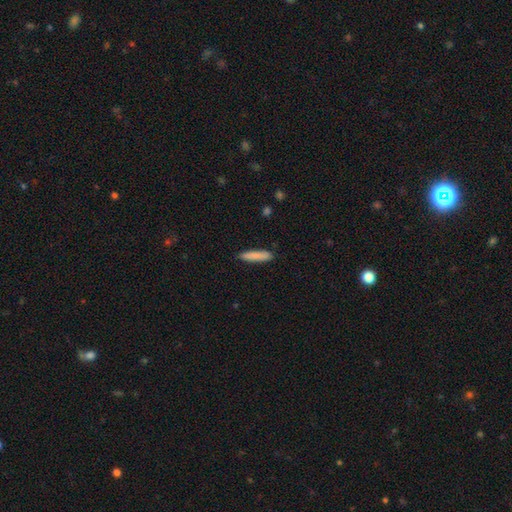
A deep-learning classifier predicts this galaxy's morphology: smooth 85%, featured or disk 9%, star or artifact 6%. Down the decision tree: how rounded — cigar-shaped (85%); merging — none (87%).